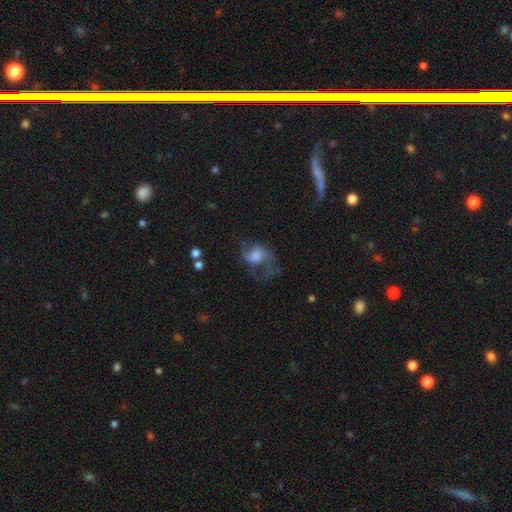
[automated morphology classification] Smooth or featured? Predicted: featured or disk (p=0.51). Edge-on disk? Predicted: no (p=0.96). Merging? Predicted: major disturbance (p=0.41).